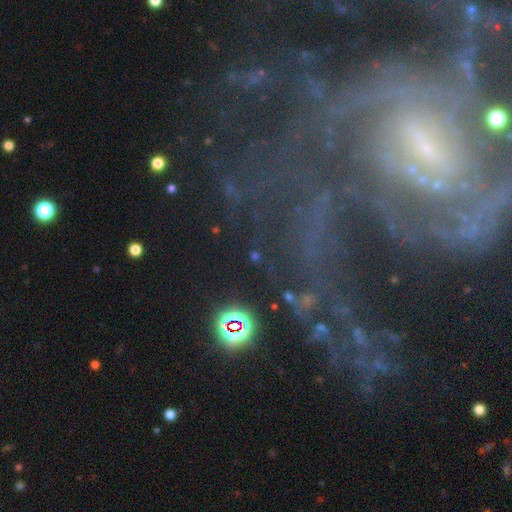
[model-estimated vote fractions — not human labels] The model was most divided on "smooth or featured": star or artifact: 67%, smooth: 19%, featured or disk: 15%.